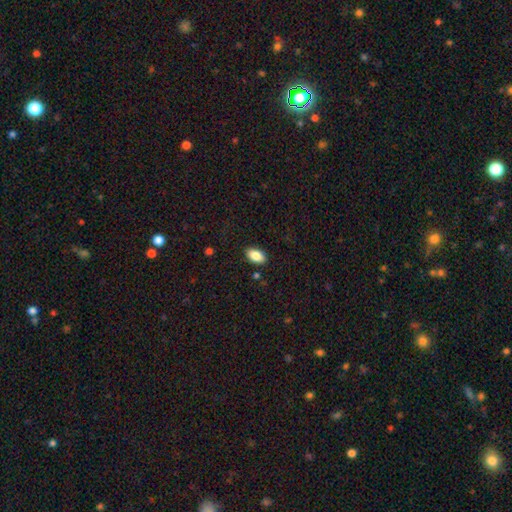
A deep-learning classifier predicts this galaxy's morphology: Smooth or featured? smooth (86%)
How rounded? in between (93%)
Merging? none (88%)